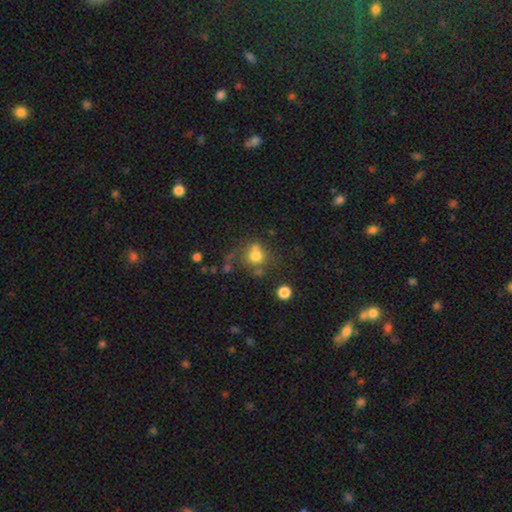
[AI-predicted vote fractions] A smooth galaxy with no disk features (71%) that is round (81%). Merging: none (51%).